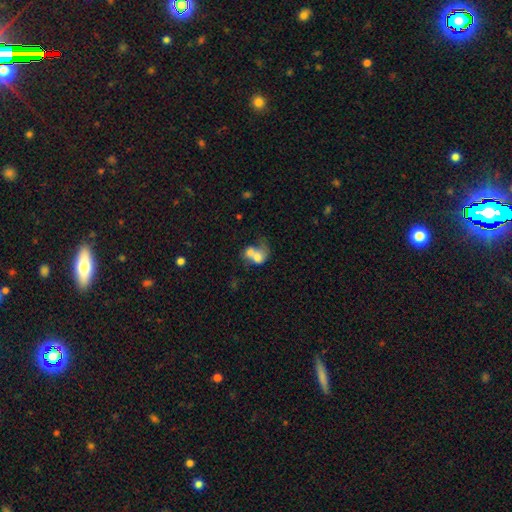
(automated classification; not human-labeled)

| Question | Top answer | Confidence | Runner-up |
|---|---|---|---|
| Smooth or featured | smooth | 64% | featured or disk (27%) |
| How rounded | in between | 54% | round (45%) |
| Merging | merger | 73% | none (12%) |